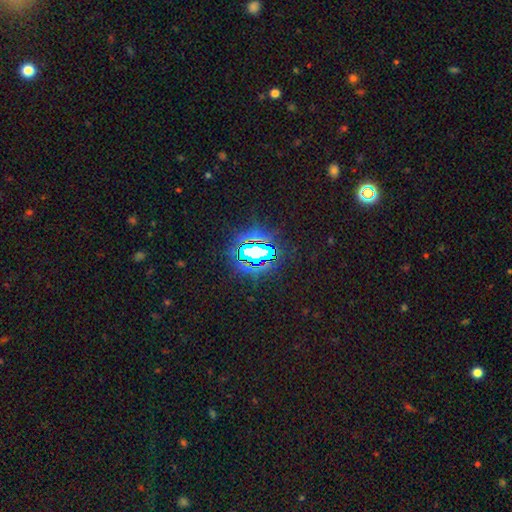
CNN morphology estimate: The model was most divided on "smooth or featured": star or artifact: 82%, smooth: 11%, featured or disk: 7%.